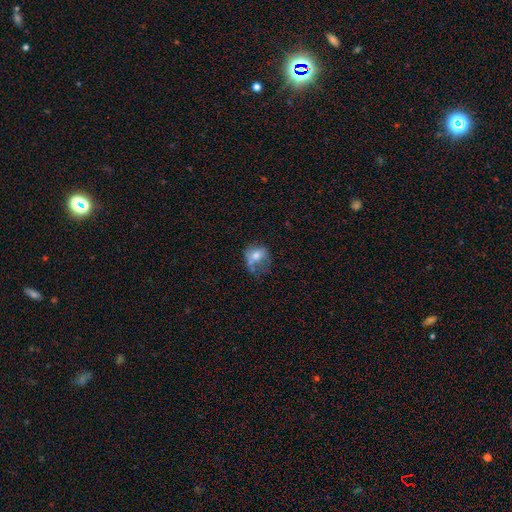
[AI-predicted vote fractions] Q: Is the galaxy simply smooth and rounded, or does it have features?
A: smooth — 62%.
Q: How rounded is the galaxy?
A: round — 52%.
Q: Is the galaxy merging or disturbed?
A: none — 31%.